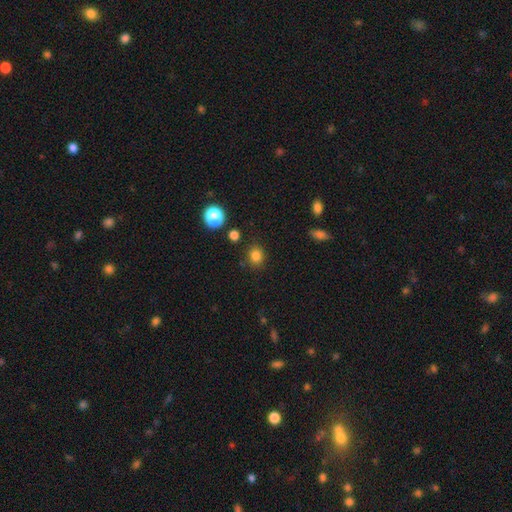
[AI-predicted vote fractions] A smooth galaxy with no disk features (83%) that is round (71%). Merging: none (85%).